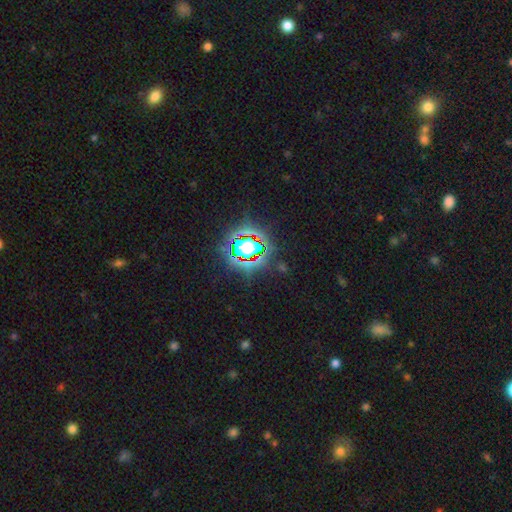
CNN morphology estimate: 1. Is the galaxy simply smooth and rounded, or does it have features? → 78% star or artifact, 13% smooth, 9% featured or disk.